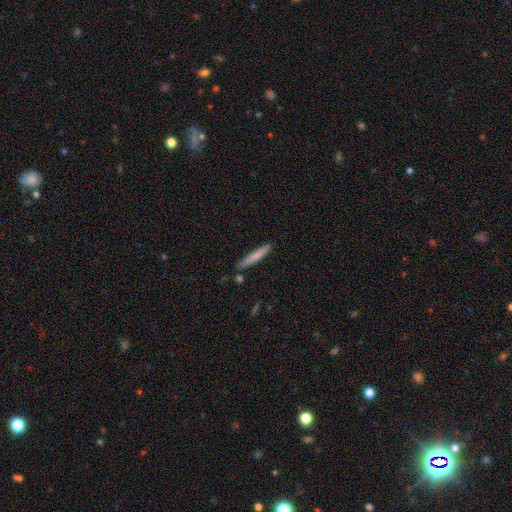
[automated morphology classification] Smooth or featured? Predicted: smooth (p=0.75). How rounded? Predicted: cigar-shaped (p=0.95). Merging? Predicted: none (p=0.83).